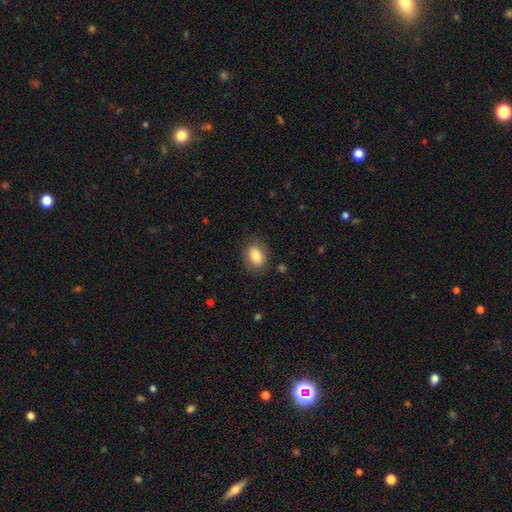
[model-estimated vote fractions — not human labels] Overall: smooth (83%). How rounded: in between (75%). Merging: none (80%).